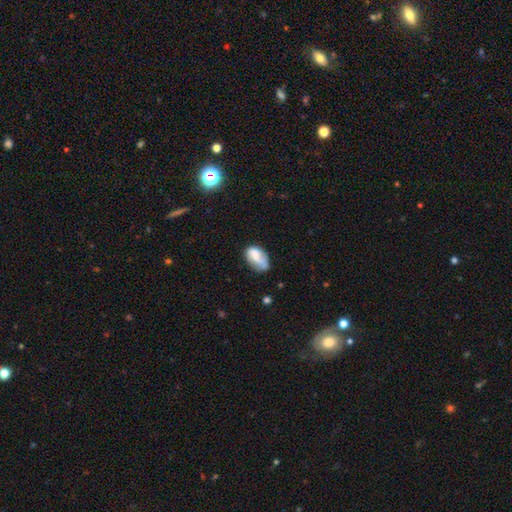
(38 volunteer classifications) smooth 76%, featured or disk 18%, star or artifact 5%. Down the decision tree: how rounded — in between (90%); merging — minor disturbance (44%).